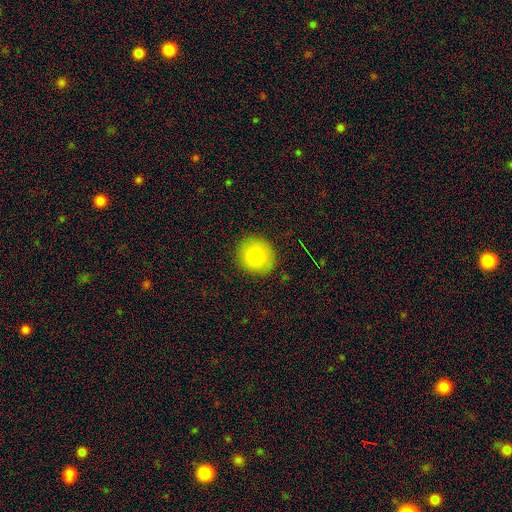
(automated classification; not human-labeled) Smooth or featured? smooth (83%)
How rounded? round (91%)
Merging? none (90%)